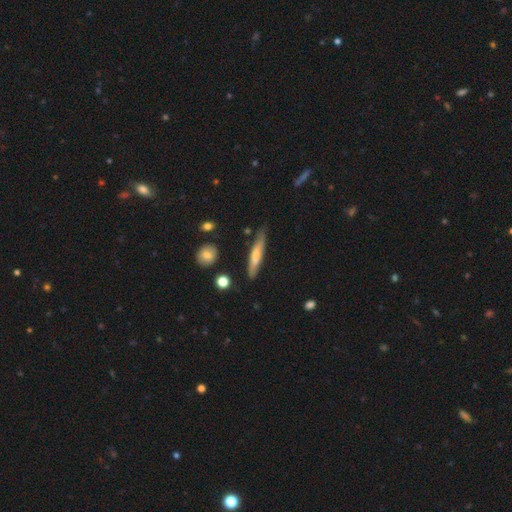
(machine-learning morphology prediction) Smooth or featured? smooth (62%)
How rounded? cigar-shaped (89%)
Merging? none (78%)